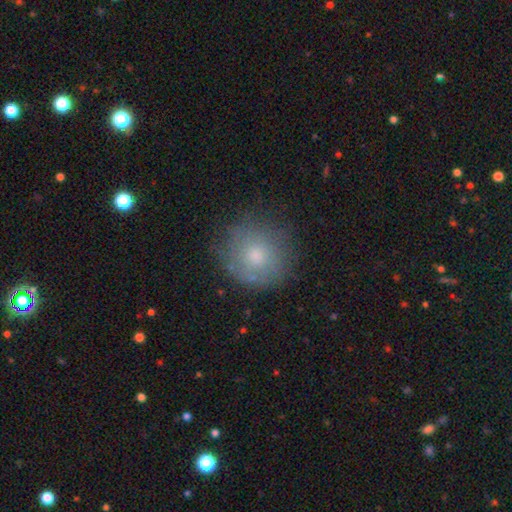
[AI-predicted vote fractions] Q: Smooth or featured?
A: smooth (67%); runner-up: featured or disk (23%)
Q: How rounded?
A: round (88%); runner-up: in between (11%)
Q: Merging?
A: none (76%); runner-up: minor disturbance (17%)